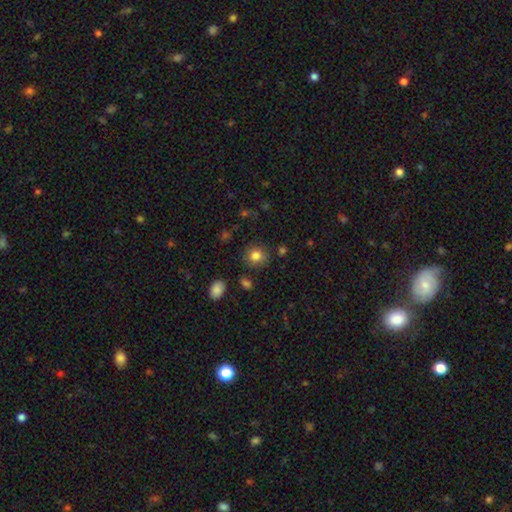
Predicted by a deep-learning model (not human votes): Smooth or featured?
  - smooth: 82% *
  - star or artifact: 11%
  - featured or disk: 7%
How rounded?
  - round: 83% *
  - in between: 16%
  - cigar-shaped: 1%
Merging?
  - none: 84% *
  - minor disturbance: 10%
  - major disturbance: 3%
  - merger: 3%